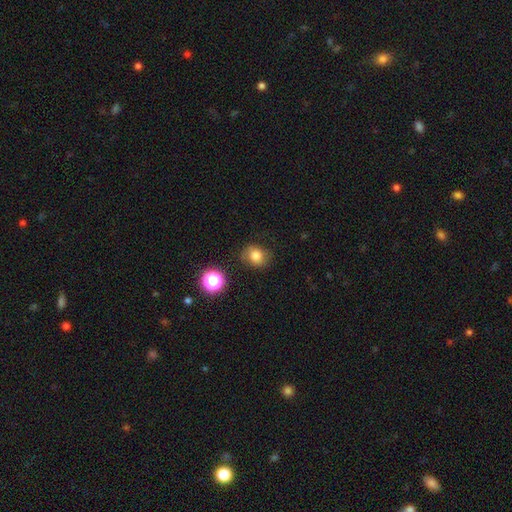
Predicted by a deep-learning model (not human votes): Q: Smooth or featured?
A: smooth (79%); runner-up: star or artifact (13%)
Q: How rounded?
A: round (65%); runner-up: in between (34%)
Q: Merging?
A: none (76%); runner-up: minor disturbance (17%)